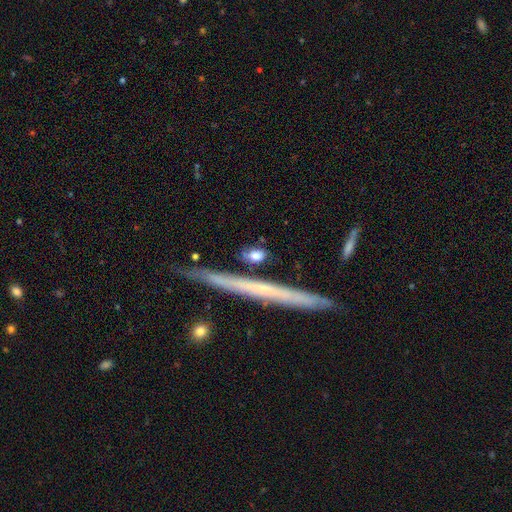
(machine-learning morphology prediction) Q: Smooth or featured?
A: smooth (70%); runner-up: featured or disk (22%)
Q: How rounded?
A: in between (47%); runner-up: cigar-shaped (30%)
Q: Merging?
A: none (75%); runner-up: minor disturbance (15%)